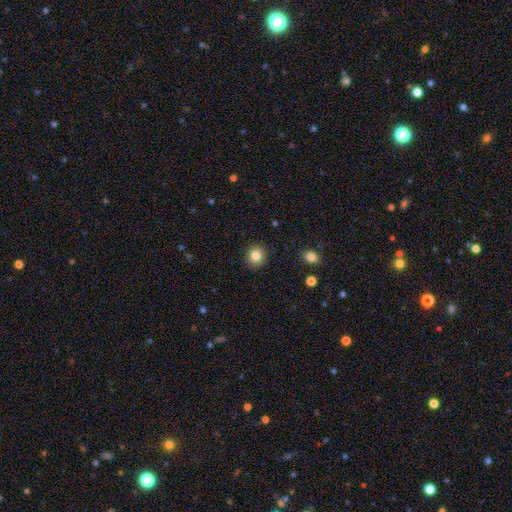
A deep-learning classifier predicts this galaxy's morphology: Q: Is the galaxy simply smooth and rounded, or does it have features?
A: smooth — 83%.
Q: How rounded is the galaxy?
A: round — 84%.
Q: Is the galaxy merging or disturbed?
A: none — 90%.